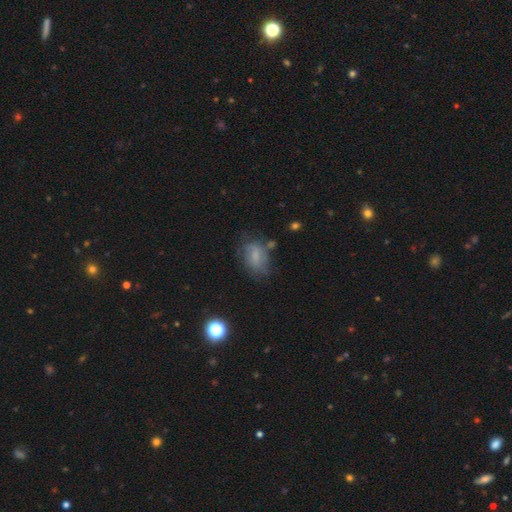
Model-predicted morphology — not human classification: This is likely a smooth galaxy (61%). How rounded: clearly in between (83%). Merging: possibly none (52%).